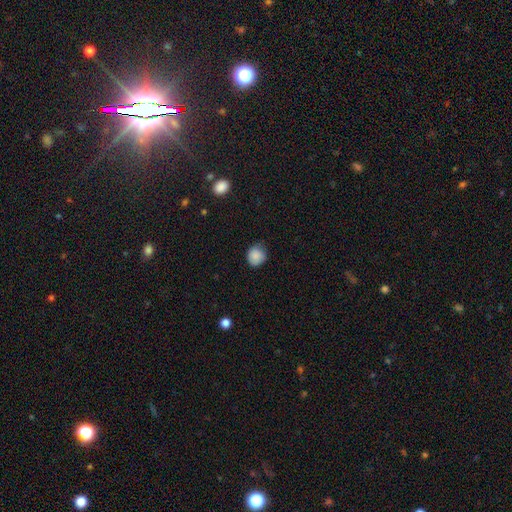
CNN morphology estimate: smooth_or_featured: smooth (p=0.87) [alt: star or artifact p=0.09]
how_rounded: round (p=0.86) [alt: in between p=0.13]
merging: none (p=0.74) [alt: minor disturbance p=0.22]